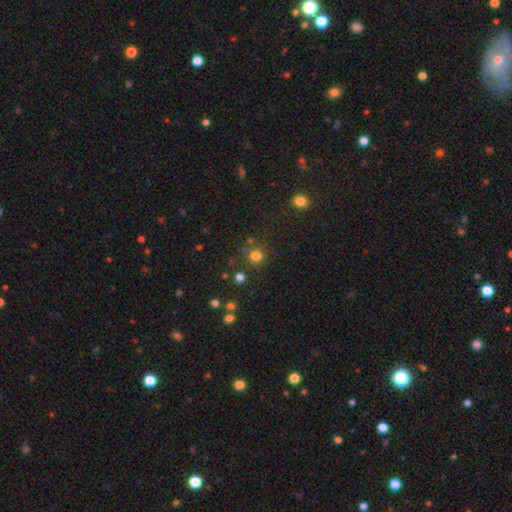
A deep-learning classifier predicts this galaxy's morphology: Smooth or featured? Predicted: smooth (p=0.76). How rounded? Predicted: round (p=0.87). Merging? Predicted: none (p=0.79).